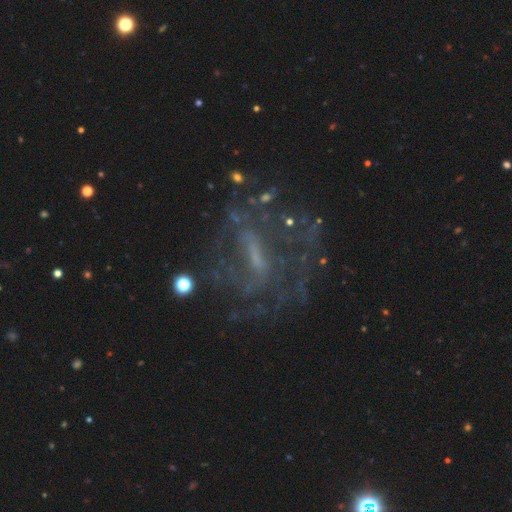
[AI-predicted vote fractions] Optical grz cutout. It shows a featured or disk galaxy (74%) with a weak bar (41%), spiral arms (63%) and a small central bulge (40%). Merging: none (57%).